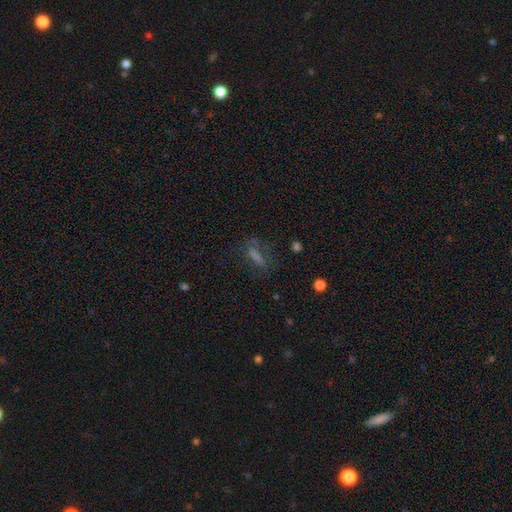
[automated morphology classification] Smooth or featured? smooth (48%)
Merging? none (65%)